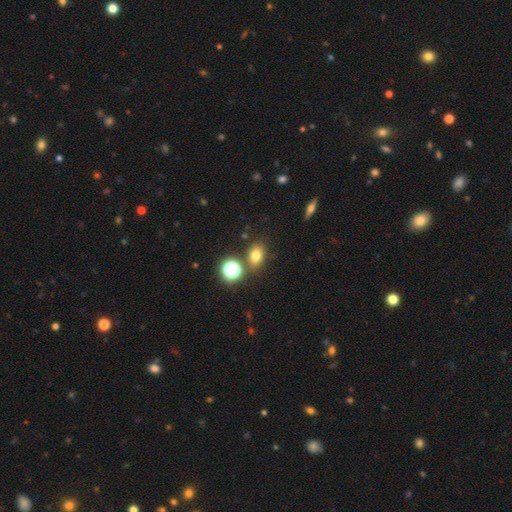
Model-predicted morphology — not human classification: type=smooth (75%); roundness=in between (60%); merging=none (76%).